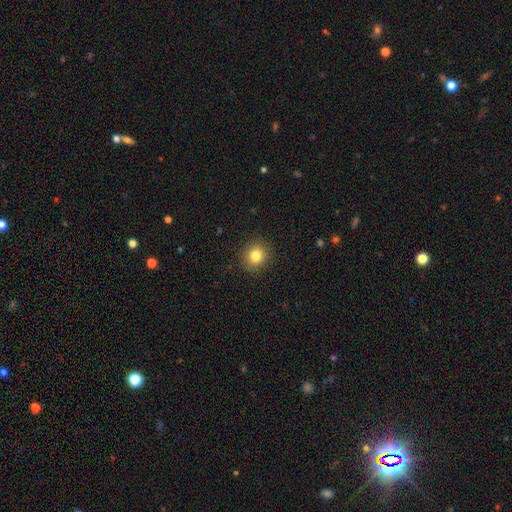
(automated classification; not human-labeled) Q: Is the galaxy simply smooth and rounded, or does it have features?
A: smooth — 82%.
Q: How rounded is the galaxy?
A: round — 86%.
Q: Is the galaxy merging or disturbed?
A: none — 90%.